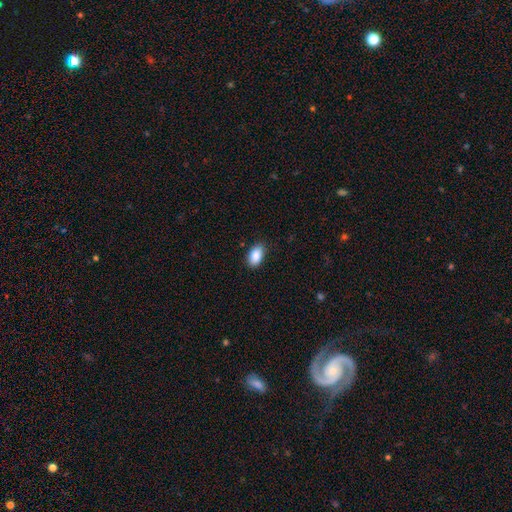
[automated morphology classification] The model was most divided on "merging": none: 85%, minor disturbance: 12%, major disturbance: 2%, merger: 1%. More confident: how rounded — in between (91%); smooth or featured — smooth (88%).